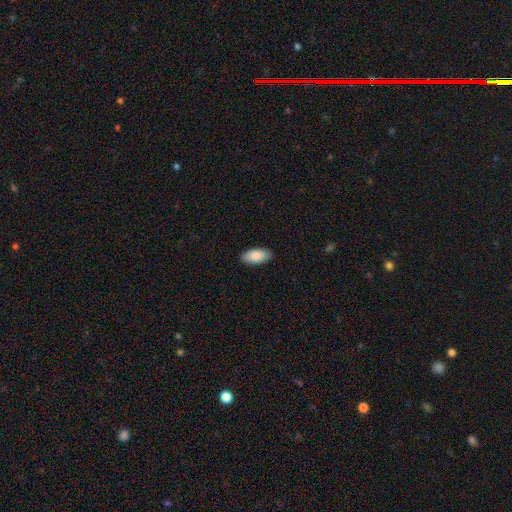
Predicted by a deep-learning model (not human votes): Smooth or featured: smooth — 89% (star or artifact — 6%)
How rounded: in between — 93% (cigar-shaped — 6%)
Merging: none — 88% (minor disturbance — 9%)